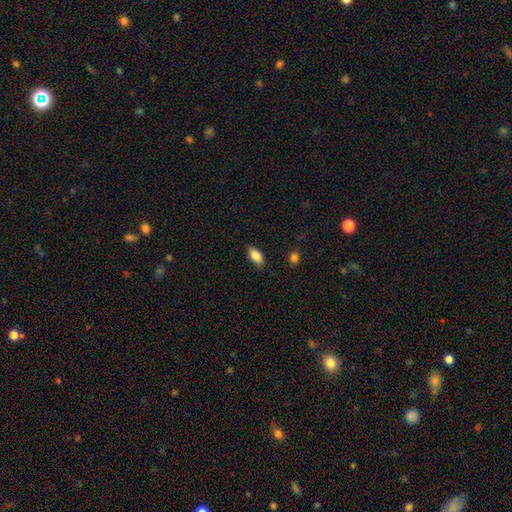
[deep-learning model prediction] smooth 87%, star or artifact 7%, featured or disk 6%. Down the decision tree: how rounded — in between (90%); merging — none (82%).